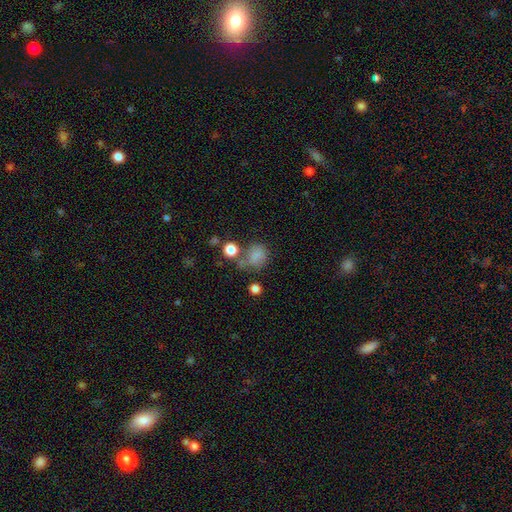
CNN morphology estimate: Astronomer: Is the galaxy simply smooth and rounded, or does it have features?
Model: smooth — 79%.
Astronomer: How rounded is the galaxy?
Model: round — 68%.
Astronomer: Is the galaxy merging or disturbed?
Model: none — 49%.